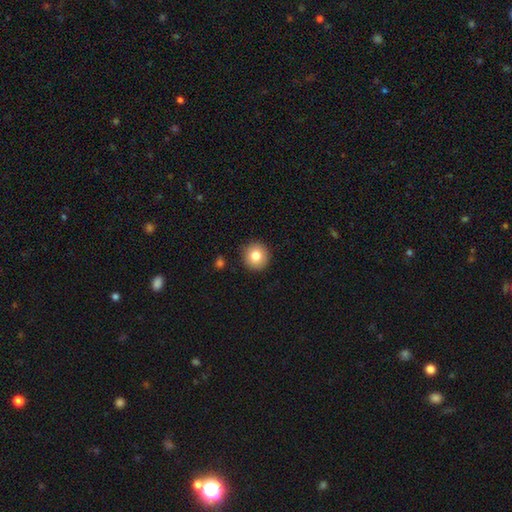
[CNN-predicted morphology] This appears to be a smooth galaxy with no disk features (81%) that is round (94%). Merging: none (91%).